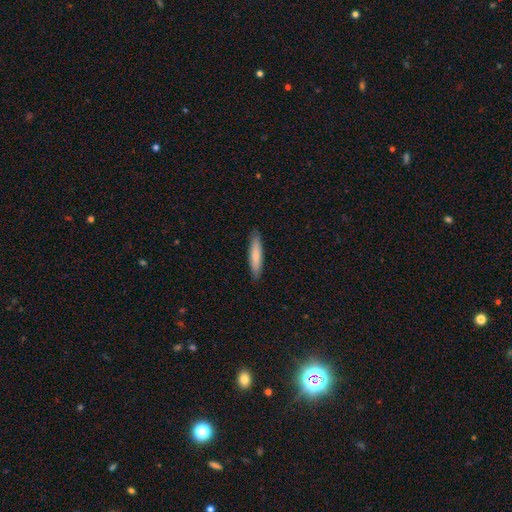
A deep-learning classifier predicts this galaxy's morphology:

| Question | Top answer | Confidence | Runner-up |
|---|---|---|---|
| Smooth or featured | smooth | 77% | featured or disk (18%) |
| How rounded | cigar-shaped | 86% | in between (13%) |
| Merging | none | 89% | minor disturbance (8%) |